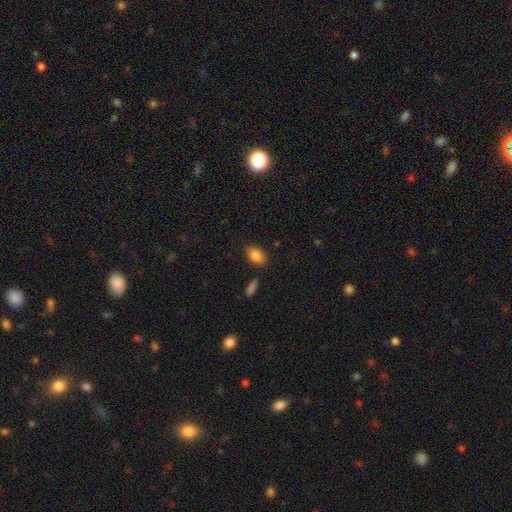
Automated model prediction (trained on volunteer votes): Smooth or featured: smooth — 86% (star or artifact — 9%)
How rounded: in between — 75% (round — 24%)
Merging: none — 77% (minor disturbance — 15%)